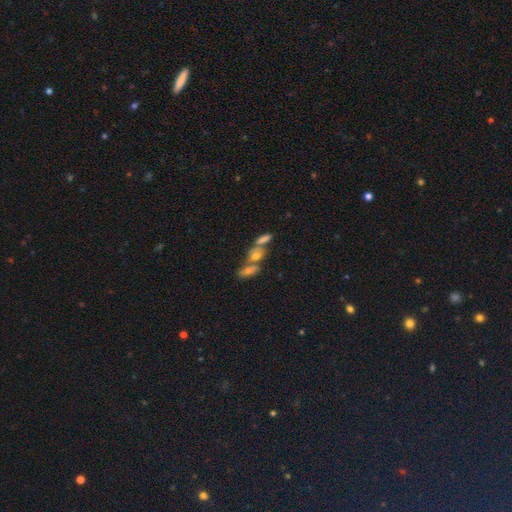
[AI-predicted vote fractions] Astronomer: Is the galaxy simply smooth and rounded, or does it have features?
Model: featured or disk — 40% (runner-up: smooth, 38%).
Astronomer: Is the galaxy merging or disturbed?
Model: merger — 58%.